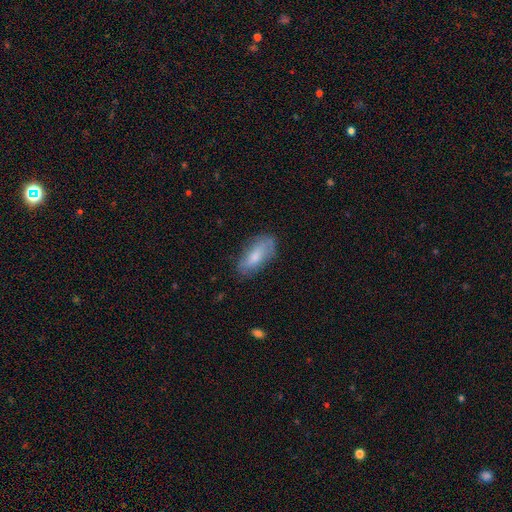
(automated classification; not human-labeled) This is likely a smooth galaxy (70%). How rounded: clearly in between (81%). Merging: likely none (74%).